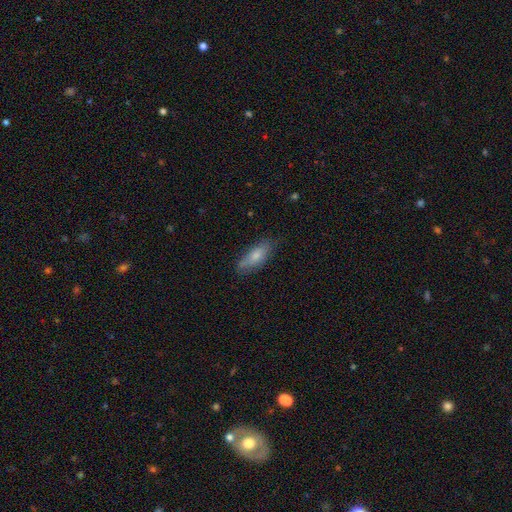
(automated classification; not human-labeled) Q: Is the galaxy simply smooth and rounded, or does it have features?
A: smooth — 73%.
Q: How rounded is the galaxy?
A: in between — 66%.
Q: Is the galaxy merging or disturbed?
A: none — 70%.